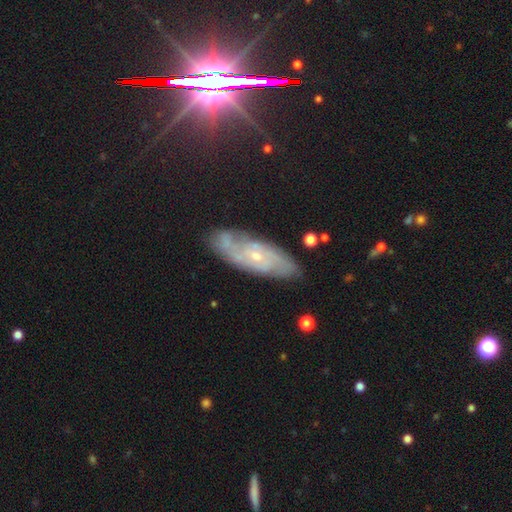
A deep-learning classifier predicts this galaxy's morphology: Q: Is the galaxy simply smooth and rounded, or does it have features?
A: featured or disk — 76%.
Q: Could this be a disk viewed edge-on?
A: no — 85%.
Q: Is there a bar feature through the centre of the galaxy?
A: no — 74%.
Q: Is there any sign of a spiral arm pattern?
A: yes — 90%.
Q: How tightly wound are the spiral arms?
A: tight — 56%.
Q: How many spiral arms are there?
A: can't tell — 45%.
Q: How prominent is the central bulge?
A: small — 75%.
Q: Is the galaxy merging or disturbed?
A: none — 75%.